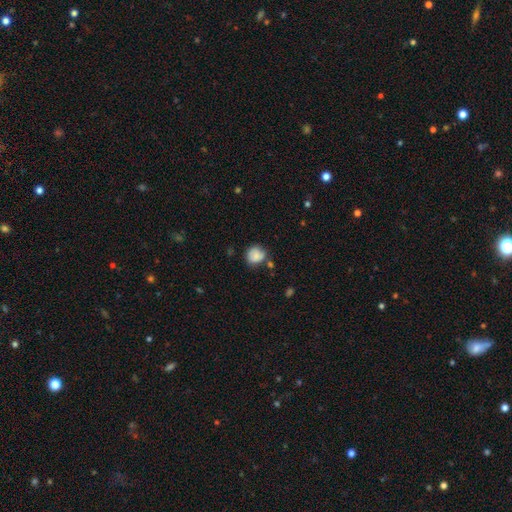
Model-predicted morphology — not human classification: Smooth or featured? smooth (77%)
How rounded? round (80%)
Merging? none (64%)